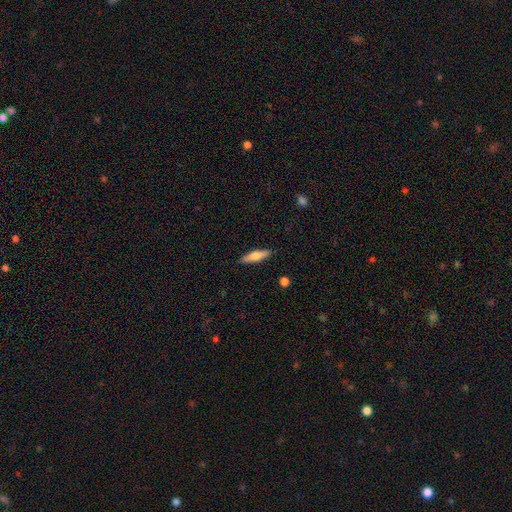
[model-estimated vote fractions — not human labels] smooth-or-featured: smooth: 61% | featured or disk: 33% | star or artifact: 6%
  how-rounded: cigar-shaped: 72% | in between: 26% | round: 2%
  merging: none: 89% | minor disturbance: 8% | major disturbance: 2% | merger: 1%